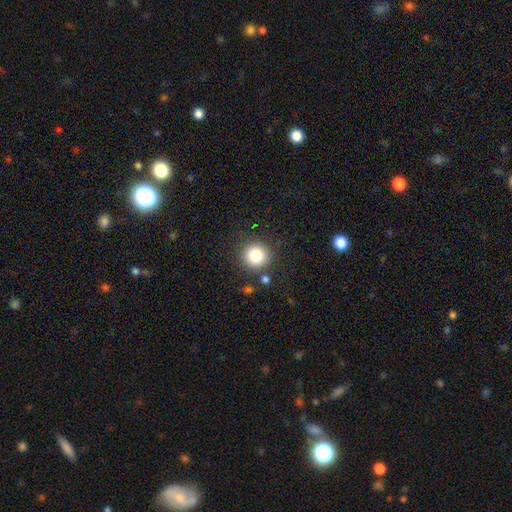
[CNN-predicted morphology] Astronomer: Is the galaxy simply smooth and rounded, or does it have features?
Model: smooth — 83%.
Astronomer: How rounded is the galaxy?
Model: round — 94%.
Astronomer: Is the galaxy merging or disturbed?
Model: none — 85%.